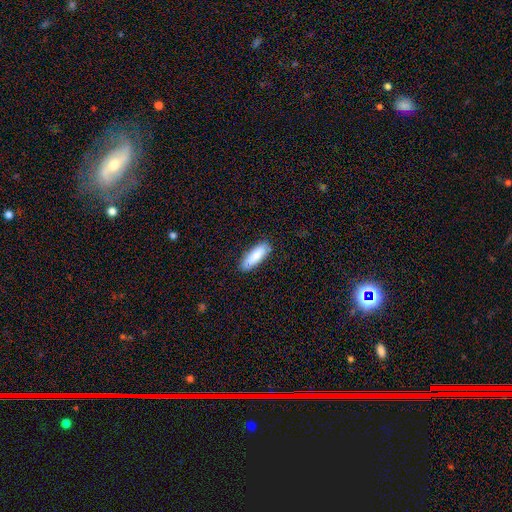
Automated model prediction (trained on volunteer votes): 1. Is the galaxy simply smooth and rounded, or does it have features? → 85% smooth, 10% featured or disk, 6% star or artifact.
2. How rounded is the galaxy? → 58% in between, 40% cigar-shaped, 2% round.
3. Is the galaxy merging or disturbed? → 83% none, 13% minor disturbance, 2% major disturbance, 2% merger.